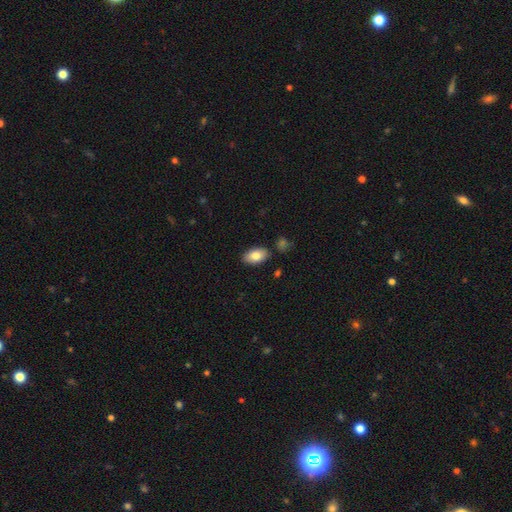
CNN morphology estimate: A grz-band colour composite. It shows a smooth galaxy with no disk features (82%) that is in between round and cigar-shaped (94%). Merging: none (85%).